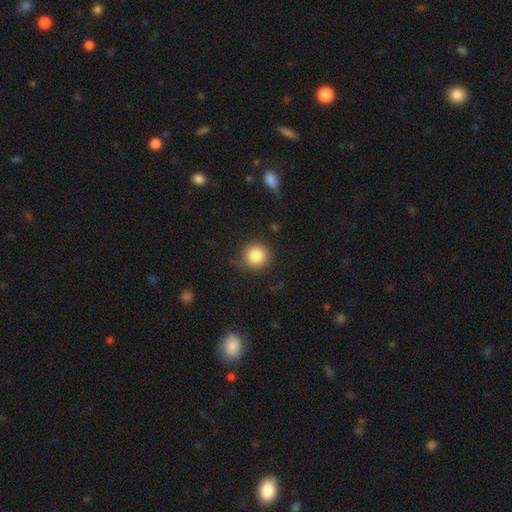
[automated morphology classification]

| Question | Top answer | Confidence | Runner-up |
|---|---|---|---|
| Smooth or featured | smooth | 84% | star or artifact (10%) |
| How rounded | round | 94% | in between (5%) |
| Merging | none | 83% | minor disturbance (12%) |